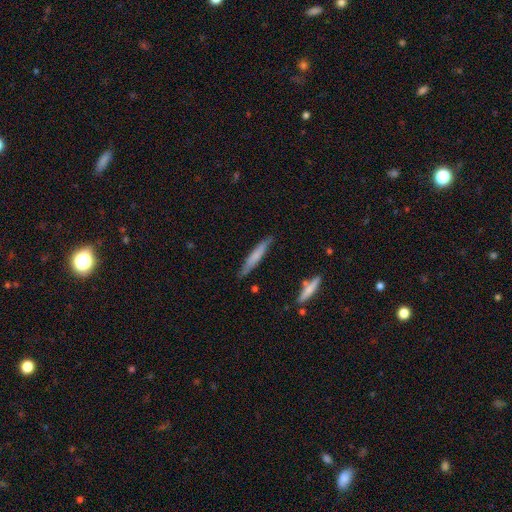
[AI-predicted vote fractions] A smooth galaxy with no disk features (61%) that is cigar-shaped (93%).

Vote fractions:
- Smooth or featured? smooth: 61% / featured or disk: 33% / star or artifact: 6%
- How rounded? cigar-shaped: 93% / in between: 6% / round: 1%
- Merging? none: 83% / minor disturbance: 13% / major disturbance: 2% / merger: 2%